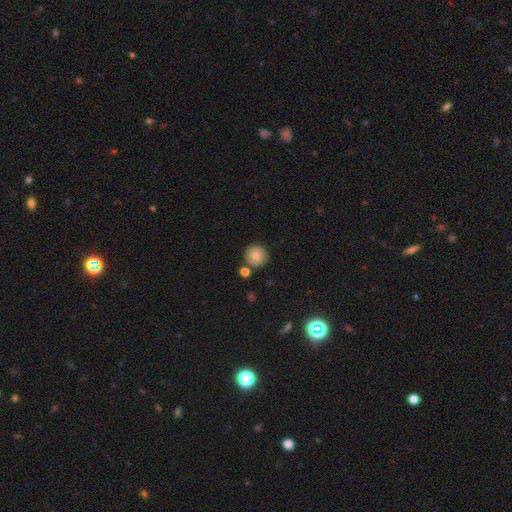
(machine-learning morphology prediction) Smooth or featured: smooth — 79% (featured or disk — 12%)
How rounded: round — 94% (in between — 5%)
Merging: none — 81% (minor disturbance — 9%)